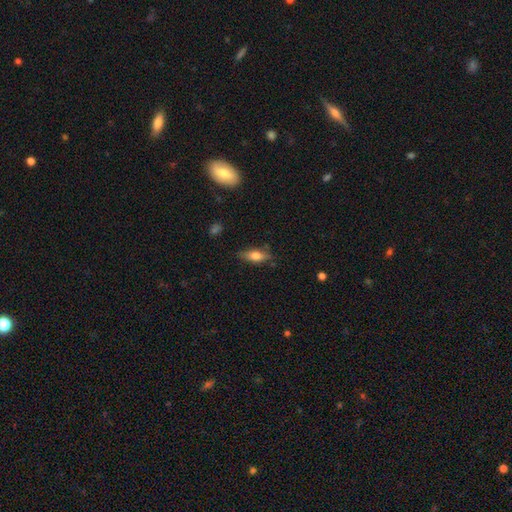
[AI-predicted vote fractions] Smooth or featured? smooth (65%)
How rounded? in between (63%)
Merging? none (76%)